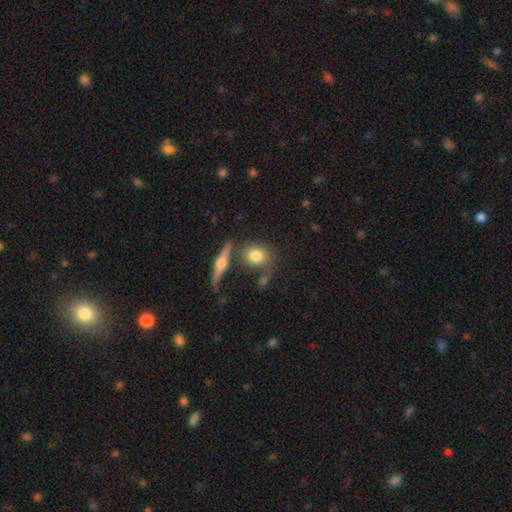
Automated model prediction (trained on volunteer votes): A smooth galaxy with no disk features (75%) that is round (57%).

Vote fractions:
- Smooth or featured? smooth: 75% / featured or disk: 17% / star or artifact: 8%
- How rounded? round: 57% / in between: 38% / cigar-shaped: 4%
- Merging? none: 67% / merger: 14% / minor disturbance: 14% / major disturbance: 5%